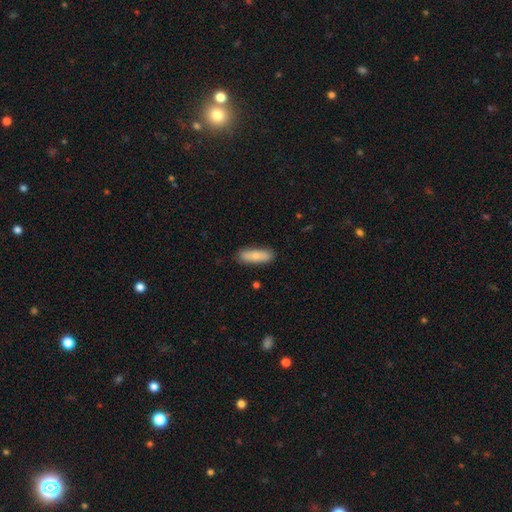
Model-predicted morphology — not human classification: type=smooth (77%); roundness=in between (52%); merging=none (85%).